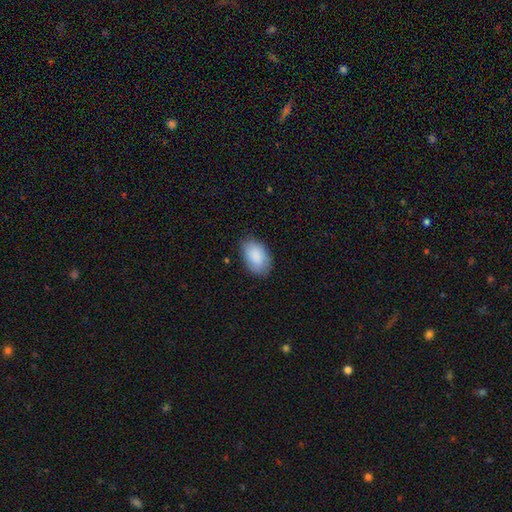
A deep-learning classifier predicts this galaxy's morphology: Smooth or featured: smooth — 88% (featured or disk — 6%)
How rounded: in between — 93% (round — 6%)
Merging: none — 79% (minor disturbance — 17%)